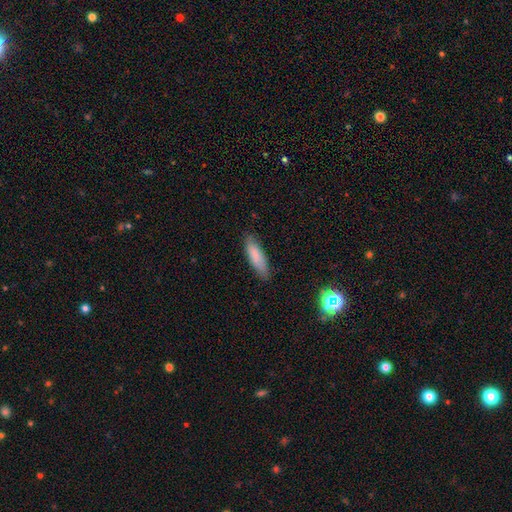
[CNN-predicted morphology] type=smooth (83%); roundness=cigar-shaped (57%); merging=none (82%).